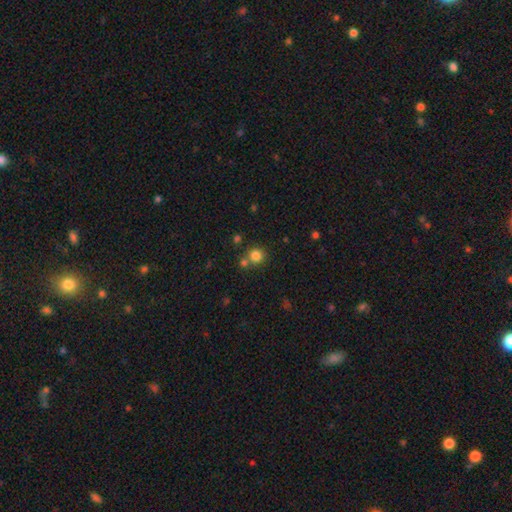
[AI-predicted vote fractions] Morphology: type=smooth (81%); roundness=round (91%); merging=none (69%).